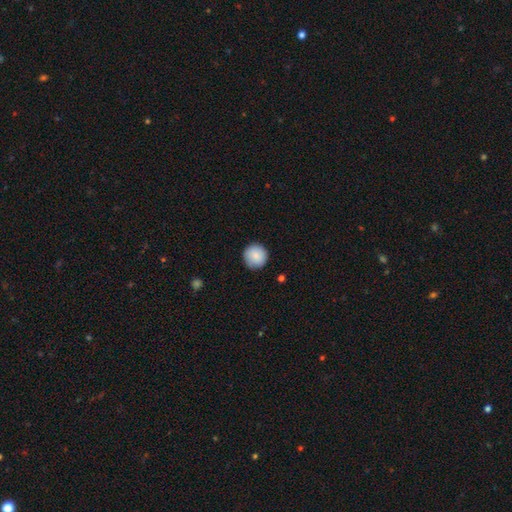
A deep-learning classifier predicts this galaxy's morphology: This is clearly a smooth galaxy (87%). How rounded: clearly round (95%). Merging: clearly none (90%).